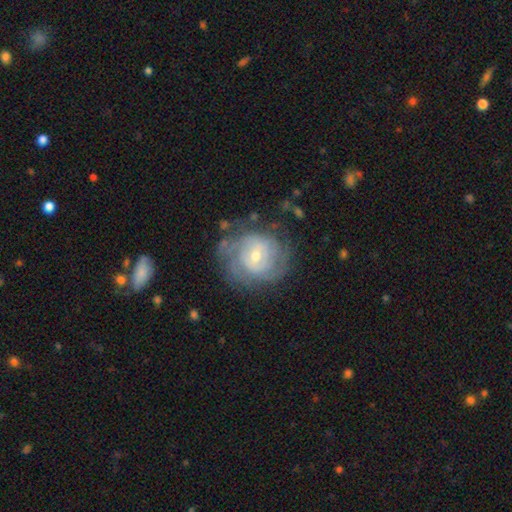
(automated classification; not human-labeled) Smooth or featured: featured or disk — 76% (smooth — 17%)
Edge-on disk: no — 97% (yes — 3%)
Bar: no — 56% (weak — 36%)
Spiral arms: yes — 87% (no — 13%)
Spiral winding: tight — 68% (medium — 24%)
Spiral arm count: can't tell — 47% (2 — 22%)
Bulge size: small — 53% (moderate — 43%)
Merging: none — 70% (minor disturbance — 18%)